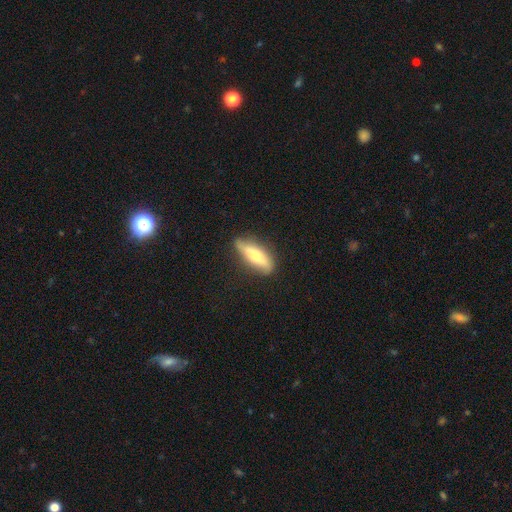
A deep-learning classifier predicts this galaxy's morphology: smooth_or_featured: smooth (p=0.55) [alt: featured or disk p=0.38]
how_rounded: cigar-shaped (p=0.64) [alt: in between p=0.34]
merging: none (p=0.77) [alt: minor disturbance p=0.18]